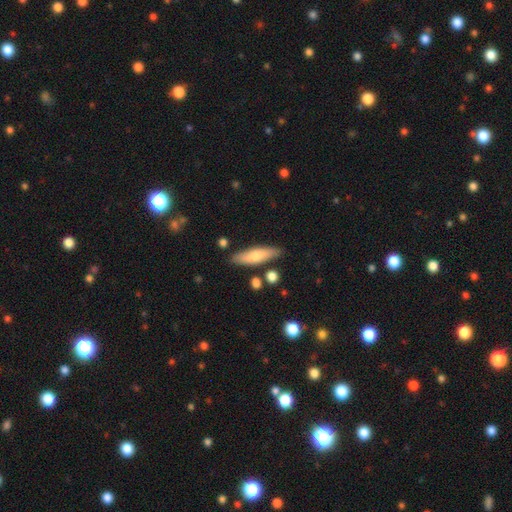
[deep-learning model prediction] A smooth galaxy with no disk features (69%) that is cigar-shaped (58%). Merging: none (81%).